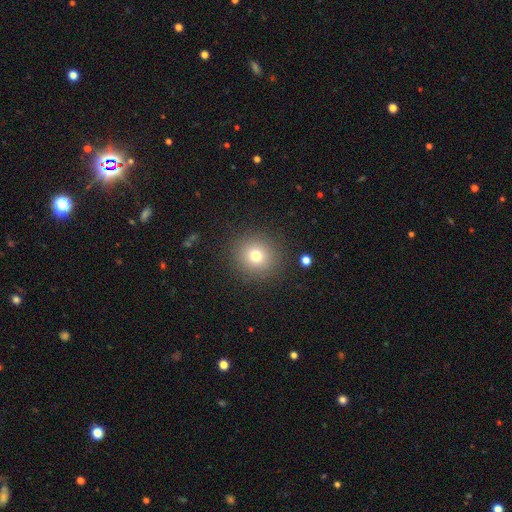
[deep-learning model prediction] A smooth galaxy with no disk features (74%) that is round (92%).

Vote fractions:
- Smooth or featured? smooth: 74% / star or artifact: 15% / featured or disk: 11%
- How rounded? round: 92% / in between: 7% / cigar-shaped: 1%
- Merging? none: 88% / minor disturbance: 7% / major disturbance: 3% / merger: 1%